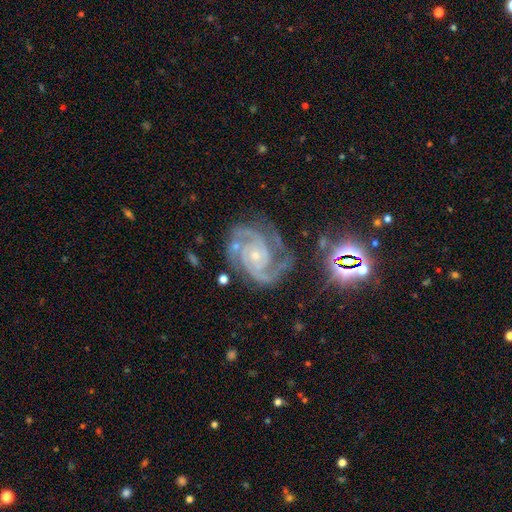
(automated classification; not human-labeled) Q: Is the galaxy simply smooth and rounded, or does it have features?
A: featured or disk — 91%.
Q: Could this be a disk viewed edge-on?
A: no — 98%.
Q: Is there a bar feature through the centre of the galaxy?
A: no — 67%.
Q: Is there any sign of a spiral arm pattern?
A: yes — 99%.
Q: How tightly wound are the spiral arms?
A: tight — 61%.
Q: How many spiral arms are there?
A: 2 — 60%.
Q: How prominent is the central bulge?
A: small — 73%.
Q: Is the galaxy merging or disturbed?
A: none — 68%.